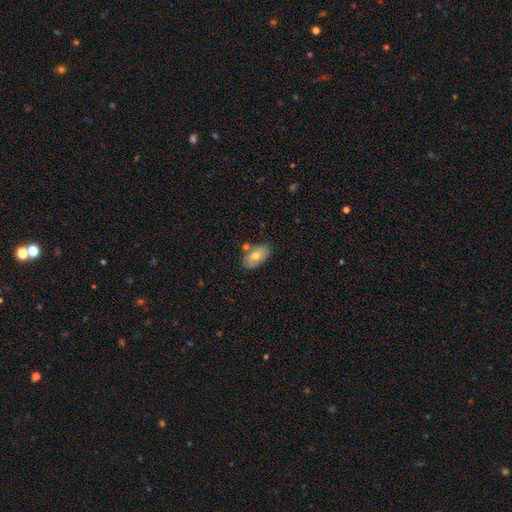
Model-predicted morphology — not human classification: The model was most divided on "smooth or featured": smooth: 67%, featured or disk: 25%, star or artifact: 8%. More confident: how rounded — in between (91%); merging — none (73%).